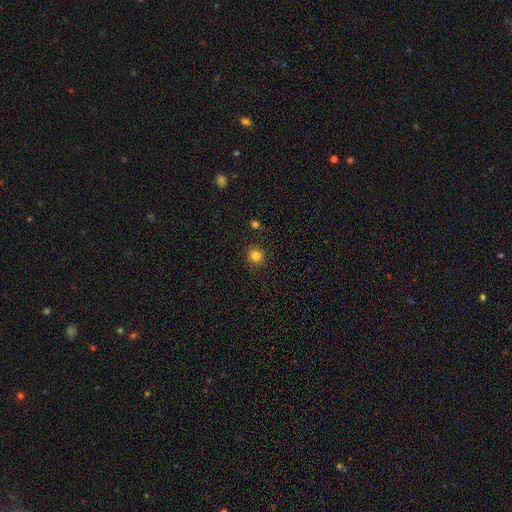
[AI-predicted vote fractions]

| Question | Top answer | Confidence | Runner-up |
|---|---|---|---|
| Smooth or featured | smooth | 83% | star or artifact (12%) |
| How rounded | round | 92% | in between (7%) |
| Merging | none | 90% | minor disturbance (6%) |